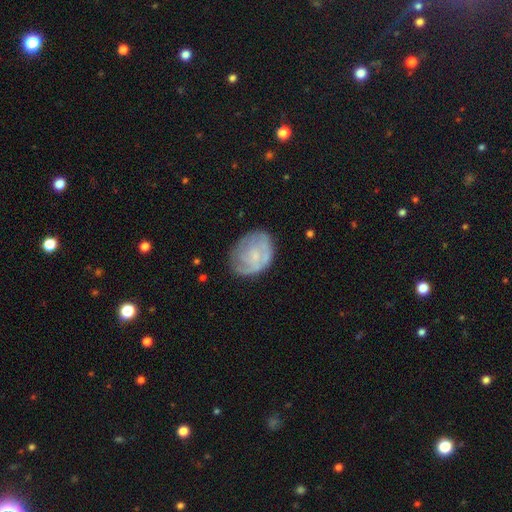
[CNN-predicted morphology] Smooth or featured?
  - featured or disk: 60% *
  - smooth: 33%
  - star or artifact: 7%
Edge-on disk?
  - no: 97% *
  - yes: 3%
Bar?
  - no: 69% *
  - weak: 28%
  - strong: 4%
Spiral arms?
  - yes: 78% *
  - no: 22%
Bulge size?
  - small: 62% *
  - none: 18%
  - moderate: 18%
  - large: 1%
  - dominant: 1%
Merging?
  - none: 64% *
  - minor disturbance: 24%
  - major disturbance: 11%
  - merger: 2%